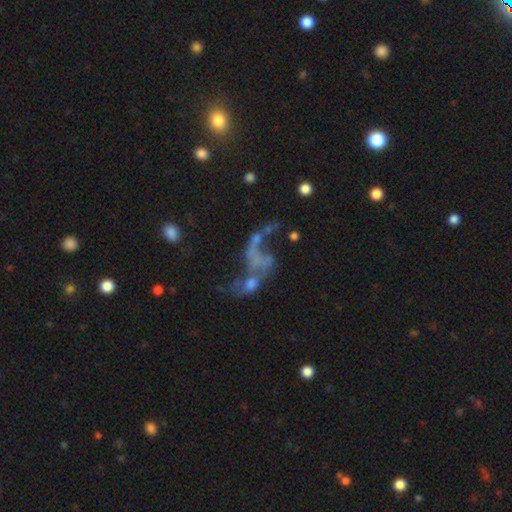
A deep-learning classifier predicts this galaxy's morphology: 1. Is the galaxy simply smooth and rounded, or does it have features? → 57% featured or disk, 25% smooth, 18% star or artifact.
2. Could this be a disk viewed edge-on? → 97% no, 3% yes.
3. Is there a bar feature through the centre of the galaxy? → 85% no, 11% weak, 4% strong.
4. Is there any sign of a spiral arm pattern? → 78% no, 22% yes.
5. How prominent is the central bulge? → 75% none, 13% small, 8% moderate, 3% large, 2% dominant.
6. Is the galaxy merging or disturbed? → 39% merger, 36% major disturbance, 17% none, 8% minor disturbance.